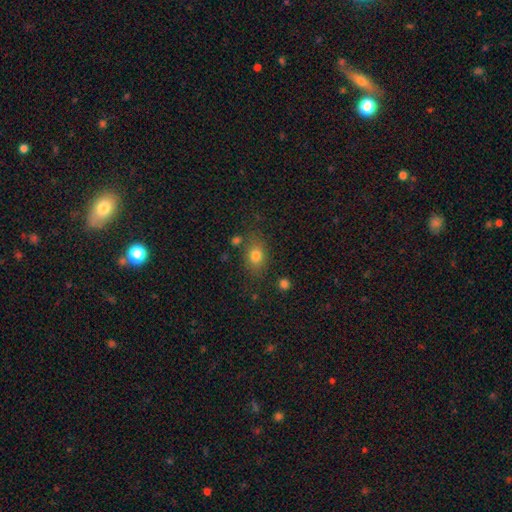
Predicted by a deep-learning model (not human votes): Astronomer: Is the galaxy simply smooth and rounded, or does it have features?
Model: smooth — 79%.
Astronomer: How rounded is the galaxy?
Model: in between — 66%.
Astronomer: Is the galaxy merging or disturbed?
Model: none — 73%.